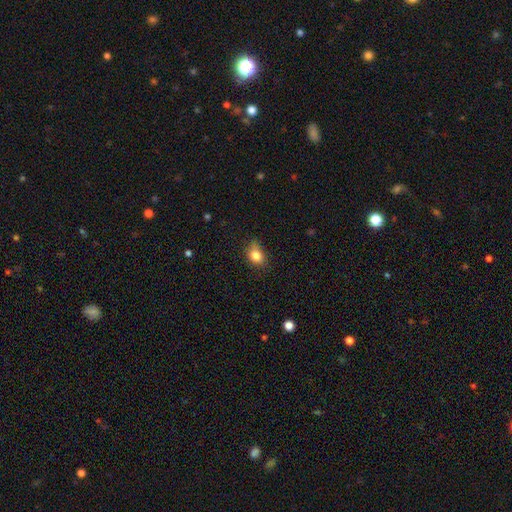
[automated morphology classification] Q: Smooth or featured?
A: smooth (82%); runner-up: star or artifact (10%)
Q: How rounded?
A: in between (61%); runner-up: round (37%)
Q: Merging?
A: none (66%); runner-up: minor disturbance (27%)